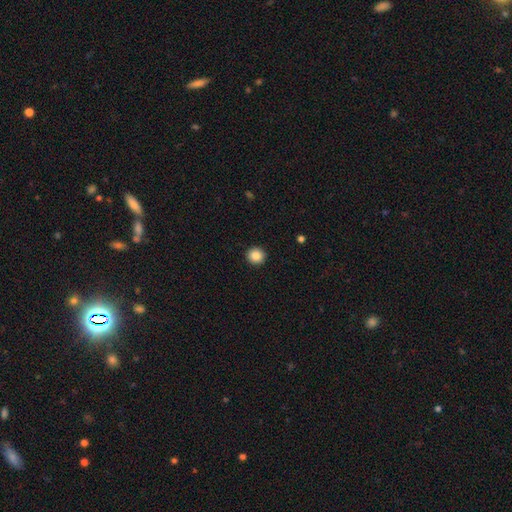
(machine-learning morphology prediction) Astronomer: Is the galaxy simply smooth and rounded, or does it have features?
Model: smooth — 88%.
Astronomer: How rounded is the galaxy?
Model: round — 93%.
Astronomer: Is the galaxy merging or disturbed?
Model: none — 93%.